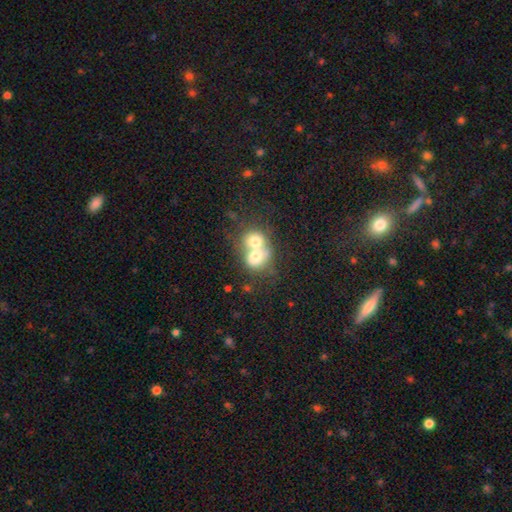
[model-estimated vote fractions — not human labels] Smooth or featured?
  - smooth: 66% *
  - featured or disk: 25%
  - star or artifact: 9%
How rounded?
  - round: 59% *
  - in between: 40%
  - cigar-shaped: 1%
Merging?
  - merger: 76% *
  - none: 16%
  - minor disturbance: 5%
  - major disturbance: 3%